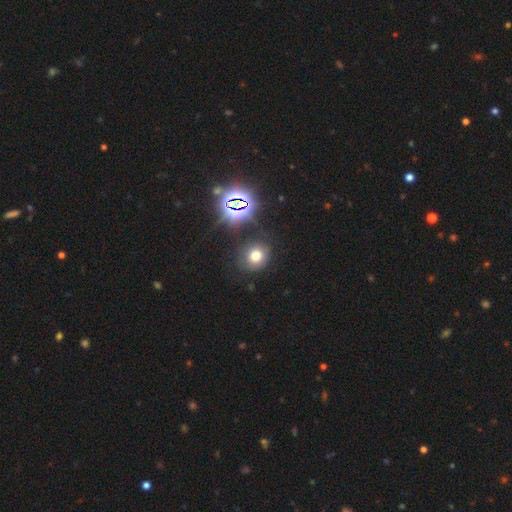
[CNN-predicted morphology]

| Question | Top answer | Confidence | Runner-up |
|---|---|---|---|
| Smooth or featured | smooth | 68% | star or artifact (22%) |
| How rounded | round | 77% | in between (22%) |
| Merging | none | 79% | minor disturbance (12%) |